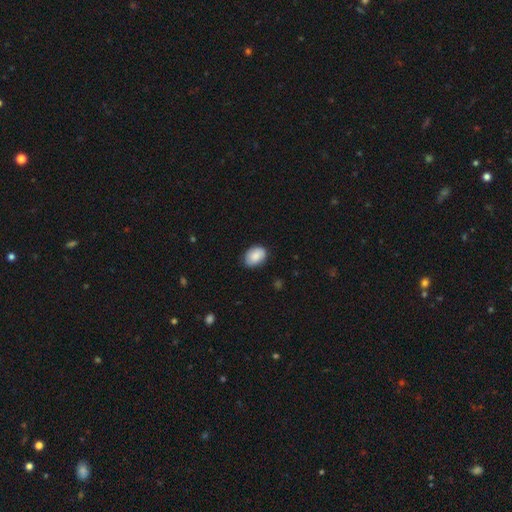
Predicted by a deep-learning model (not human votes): smooth-or-featured: smooth: 85% | featured or disk: 8% | star or artifact: 7%
  how-rounded: in between: 77% | round: 22% | cigar-shaped: 1%
  merging: none: 81% | minor disturbance: 15% | major disturbance: 3% | merger: 1%